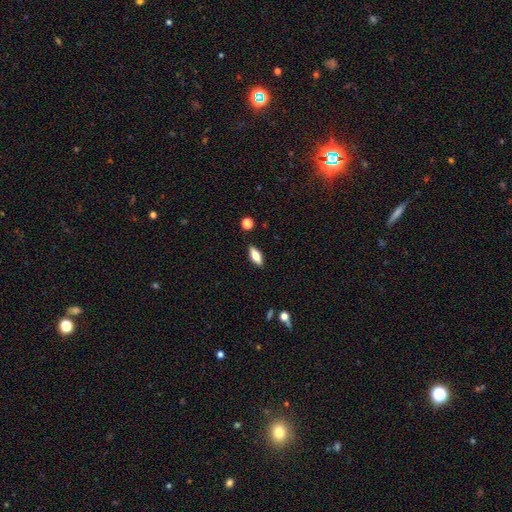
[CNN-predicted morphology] Smooth or featured: smooth — 66% (featured or disk — 27%)
How rounded: in between — 70% (cigar-shaped — 27%)
Merging: none — 88% (minor disturbance — 9%)